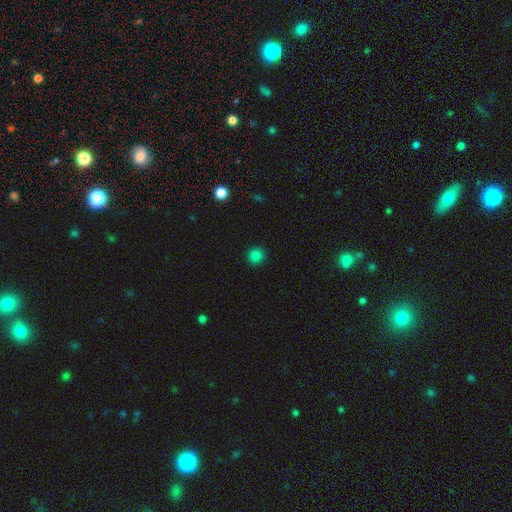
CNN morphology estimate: Smooth or featured? Predicted: smooth (p=0.84). How rounded? Predicted: round (p=0.94). Merging? Predicted: none (p=0.92).